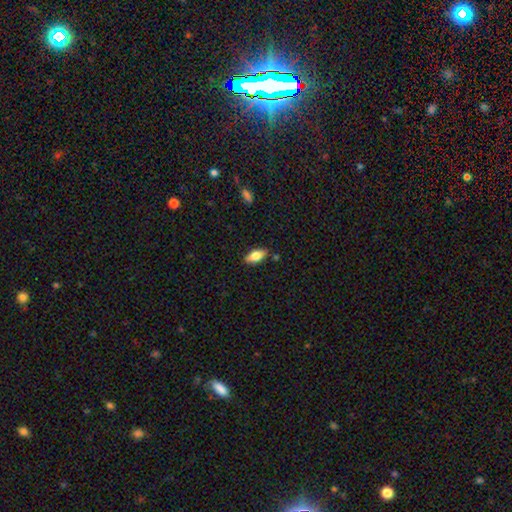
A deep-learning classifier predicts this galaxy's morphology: smooth_or_featured: smooth (p=0.75) [alt: featured or disk p=0.18]
how_rounded: in between (p=0.86) [alt: cigar-shaped p=0.11]
merging: none (p=0.86) [alt: minor disturbance p=0.10]